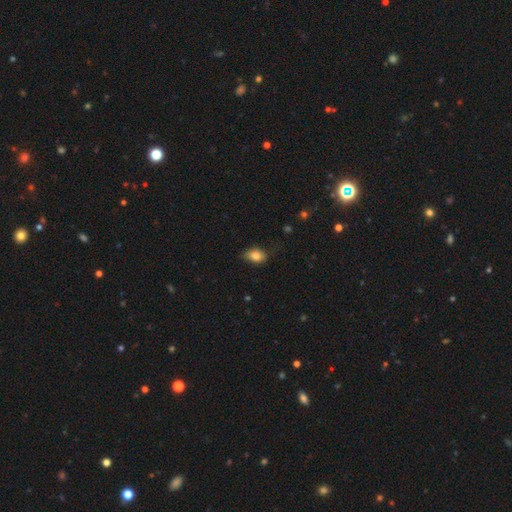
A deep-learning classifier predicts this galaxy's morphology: Q: Smooth or featured?
A: smooth (83%); runner-up: featured or disk (9%)
Q: How rounded?
A: in between (79%); runner-up: round (19%)
Q: Merging?
A: none (66%); runner-up: minor disturbance (27%)